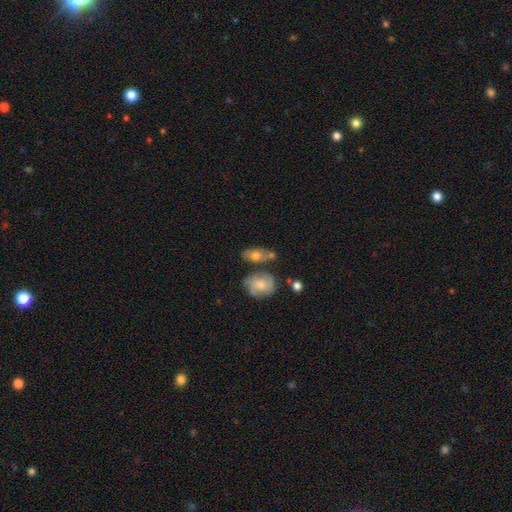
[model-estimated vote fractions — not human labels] The model was most divided on "merging": none: 50%, merger: 22%, minor disturbance: 20%, major disturbance: 8%. More confident: how rounded — in between (78%); smooth or featured — smooth (62%).